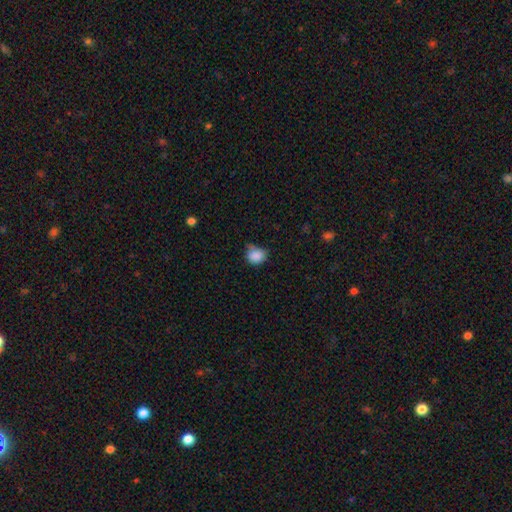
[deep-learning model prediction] The model was most divided on "merging": none: 49%, minor disturbance: 38%, major disturbance: 8%, merger: 5%. More confident: smooth or featured — smooth (86%); how rounded — round (71%).